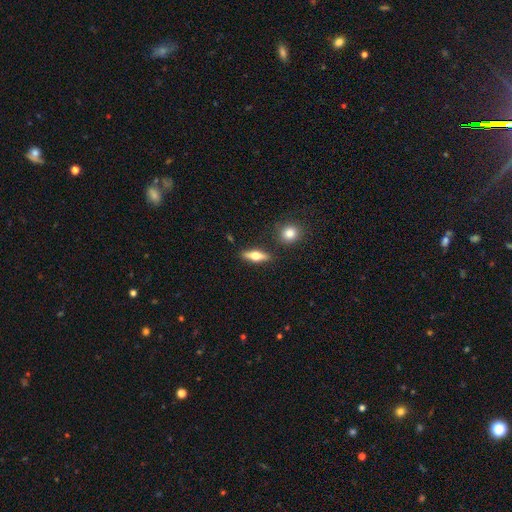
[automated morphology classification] smooth_or_featured: smooth (p=0.50) [alt: featured or disk p=0.44]
merging: none (p=0.85) [alt: minor disturbance p=0.08]